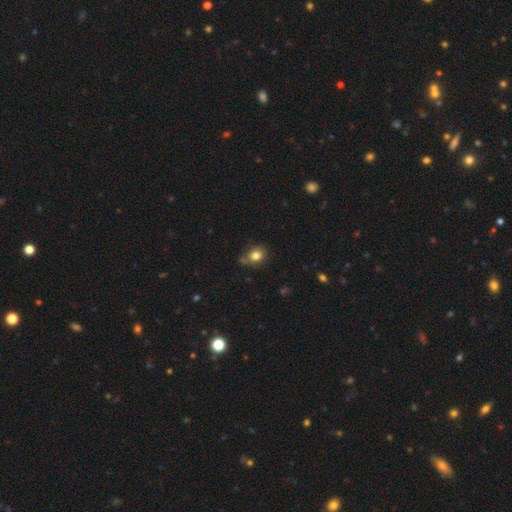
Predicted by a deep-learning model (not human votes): This appears to be a smooth galaxy with no disk features (80%) that is round (50%). Merging: none (61%).